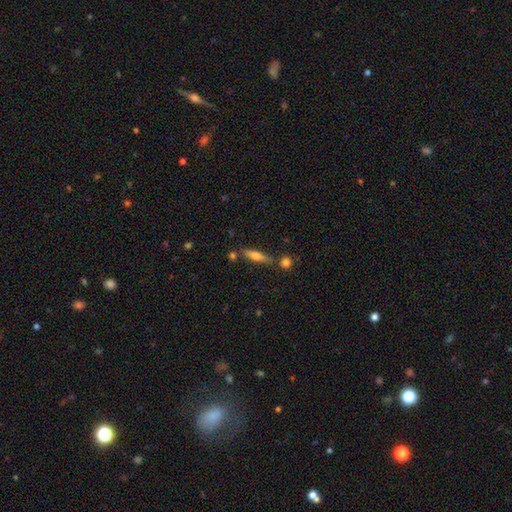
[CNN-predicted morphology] A smooth galaxy with no disk features (61%) that is cigar-shaped (72%). Merging: none (73%).